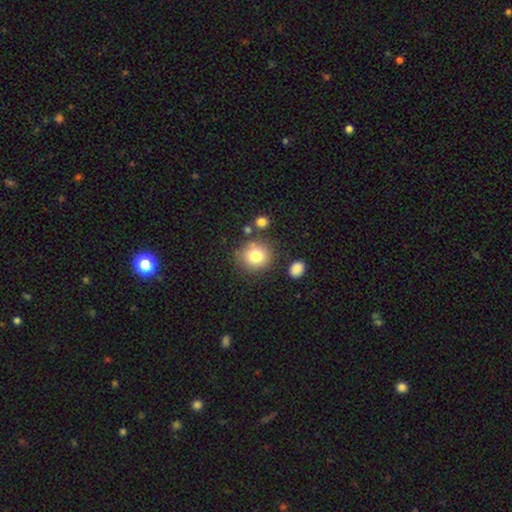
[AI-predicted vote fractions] smooth-or-featured: smooth: 80% | star or artifact: 11% | featured or disk: 9%
  how-rounded: round: 87% | in between: 12% | cigar-shaped: 1%
  merging: none: 78% | minor disturbance: 11% | merger: 7% | major disturbance: 4%